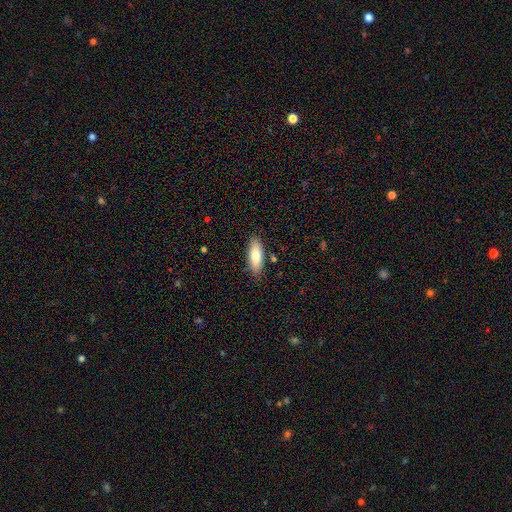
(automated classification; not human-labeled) Q: Smooth or featured?
A: smooth (80%); runner-up: featured or disk (14%)
Q: How rounded?
A: in between (69%); runner-up: cigar-shaped (29%)
Q: Merging?
A: none (86%); runner-up: minor disturbance (10%)